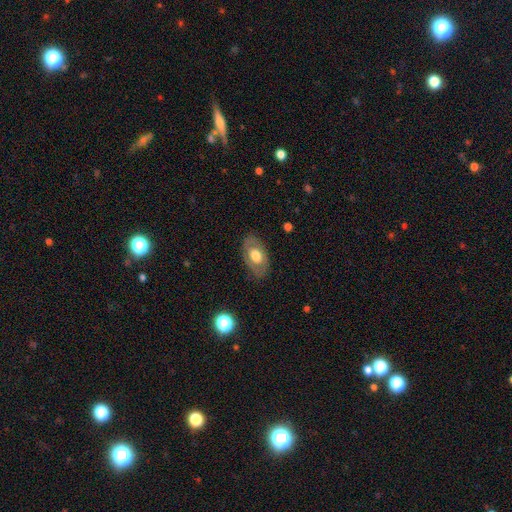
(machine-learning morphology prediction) A smooth galaxy with no disk features (55%) that is in between round and cigar-shaped (90%). Merging: none (80%).